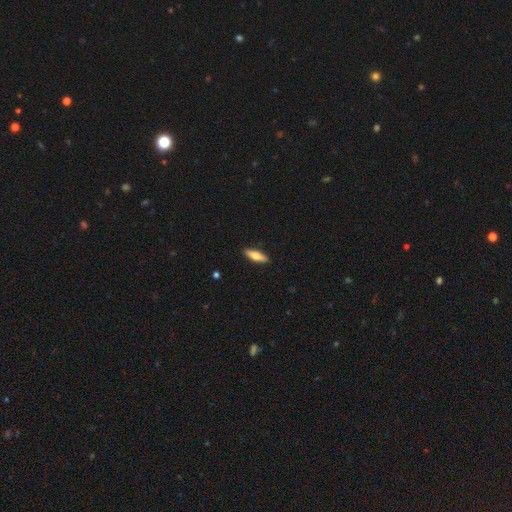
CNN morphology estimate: Overall: smooth (63%; featured or disk 32%). How rounded: cigar-shaped (53%; in between 45%). Merging: none (90%).